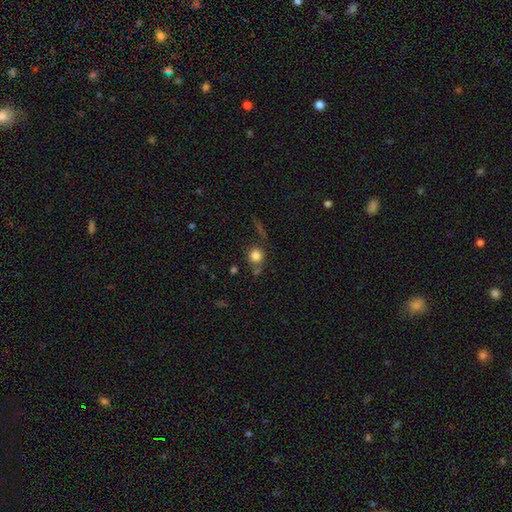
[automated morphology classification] smooth-or-featured: smooth: 80% | star or artifact: 12% | featured or disk: 8%
  how-rounded: round: 88% | in between: 11% | cigar-shaped: 1%
  merging: none: 64% | minor disturbance: 15% | merger: 14% | major disturbance: 7%